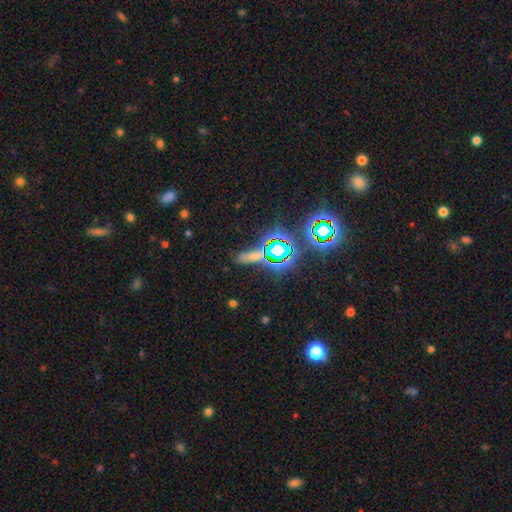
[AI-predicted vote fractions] smooth-or-featured: star or artifact: 46% | smooth: 43% | featured or disk: 12%